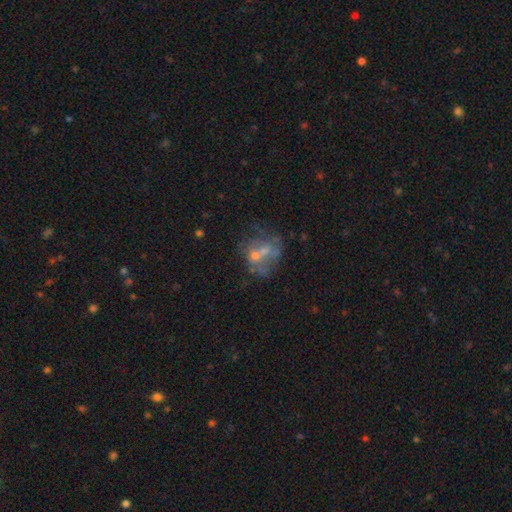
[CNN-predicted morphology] Smooth or featured?
  - featured or disk: 54% *
  - smooth: 31%
  - star or artifact: 15%
Edge-on disk?
  - no: 97% *
  - yes: 3%
Bar?
  - no: 80% *
  - weak: 16%
  - strong: 4%
Spiral arms?
  - no: 88% *
  - yes: 12%
Bulge size?
  - small: 40% *
  - moderate: 33%
  - none: 24%
  - large: 3%
  - dominant: 1%
Merging?
  - none: 35% *
  - merger: 30%
  - major disturbance: 20%
  - minor disturbance: 15%